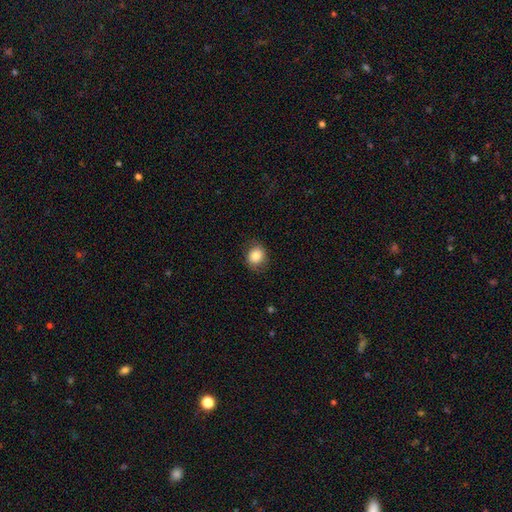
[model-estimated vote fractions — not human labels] Smooth or featured?
  - smooth: 85% *
  - star or artifact: 9%
  - featured or disk: 6%
How rounded?
  - round: 70% *
  - in between: 29%
  - cigar-shaped: 1%
Merging?
  - none: 81% *
  - minor disturbance: 14%
  - major disturbance: 4%
  - merger: 1%